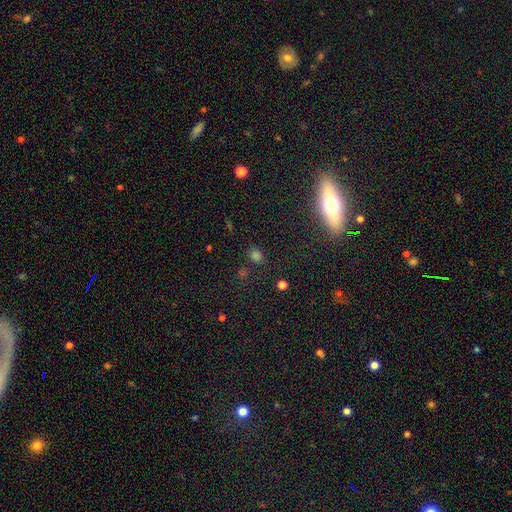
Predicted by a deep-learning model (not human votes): Morphology: type=smooth (65%); roundness=round (57%); merging=none (74%).